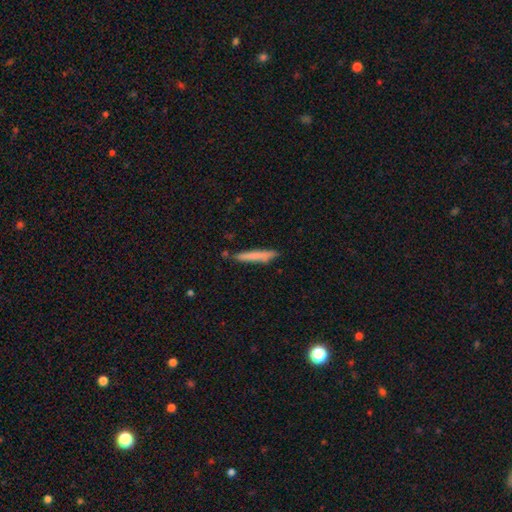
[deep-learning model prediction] Smooth or featured?
  - smooth: 74% *
  - featured or disk: 20%
  - star or artifact: 6%
How rounded?
  - cigar-shaped: 95% *
  - in between: 4%
  - round: 1%
Merging?
  - none: 84% *
  - minor disturbance: 11%
  - merger: 3%
  - major disturbance: 2%